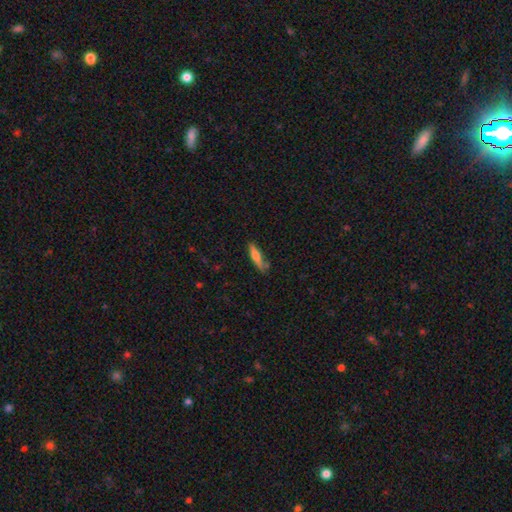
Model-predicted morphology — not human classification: smooth_or_featured: smooth (p=0.70) [alt: featured or disk p=0.23]
how_rounded: cigar-shaped (p=0.78) [alt: in between p=0.20]
merging: none (p=0.69) [alt: minor disturbance p=0.20]